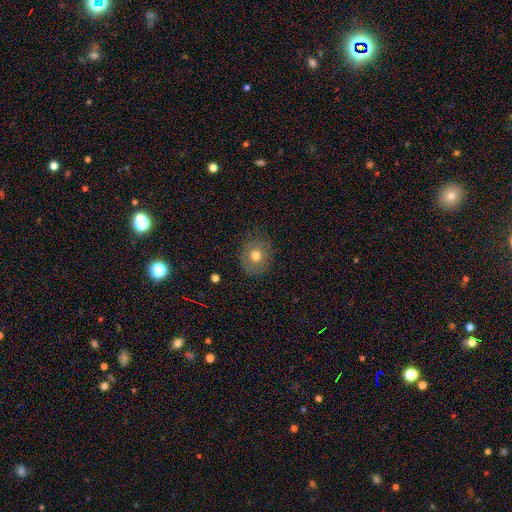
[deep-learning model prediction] A smooth galaxy with no disk features (68%) that is round (75%).

Vote fractions:
- Smooth or featured? smooth: 68% / featured or disk: 21% / star or artifact: 10%
- How rounded? round: 75% / in between: 24% / cigar-shaped: 1%
- Merging? none: 79% / minor disturbance: 15% / major disturbance: 5% / merger: 1%